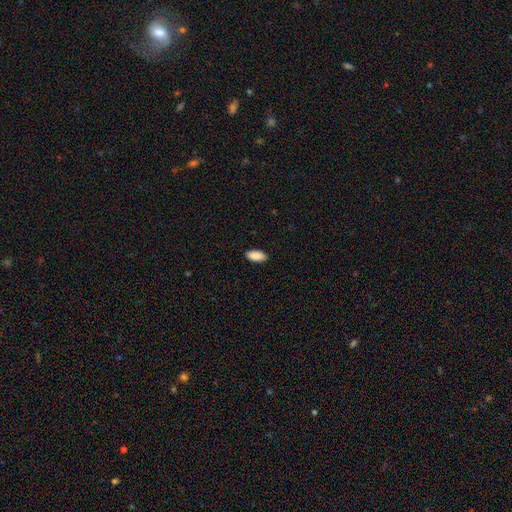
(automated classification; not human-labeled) Smooth or featured?
  - smooth: 91% *
  - star or artifact: 6%
  - featured or disk: 3%
How rounded?
  - in between: 90% *
  - cigar-shaped: 8%
  - round: 2%
Merging?
  - none: 89% *
  - minor disturbance: 8%
  - major disturbance: 2%
  - merger: 1%